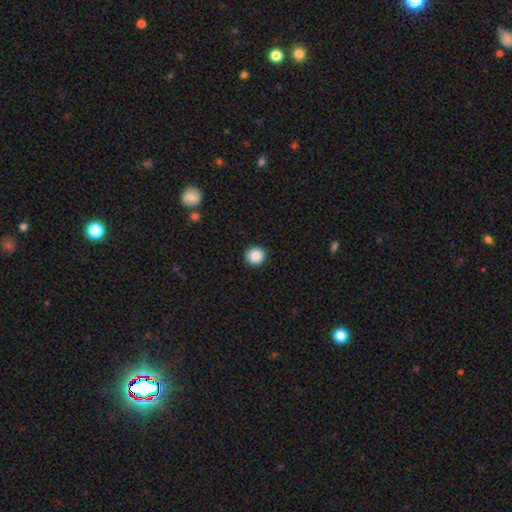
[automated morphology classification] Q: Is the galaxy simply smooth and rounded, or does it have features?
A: smooth — 87%.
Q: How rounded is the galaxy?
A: round — 94%.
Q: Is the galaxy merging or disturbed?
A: none — 93%.